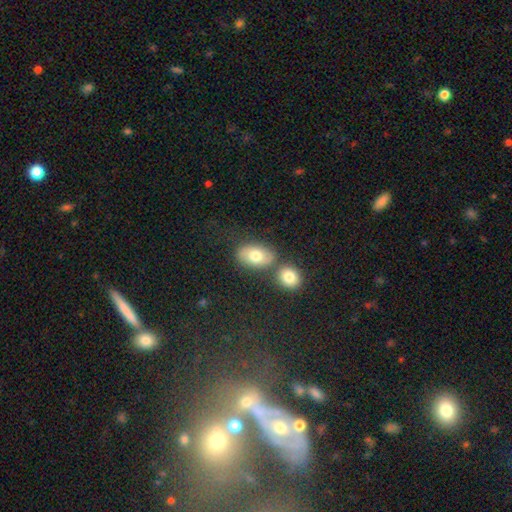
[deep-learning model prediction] The model was most divided on "merging": none: 64%, merger: 20%, minor disturbance: 12%, major disturbance: 4%. More confident: how rounded — in between (83%); smooth or featured — smooth (73%).